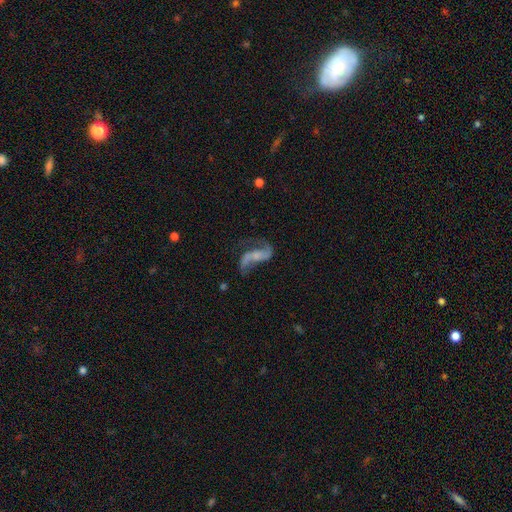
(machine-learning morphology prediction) smooth_or_featured: featured or disk (p=0.80) [alt: smooth p=0.12]
disk_edge_on: no (p=0.96) [alt: yes p=0.04]
bar: no (p=0.49) [alt: weak p=0.34]
has_spiral_arms: yes (p=0.90) [alt: no p=0.10]
spiral_winding: loose (p=0.78) [alt: medium p=0.18]
spiral_arm_count: 2 (p=0.87) [alt: 1 p=0.06]
bulge_size: small (p=0.44) [alt: none p=0.31]
merging: none (p=0.49) [alt: major disturbance p=0.27]